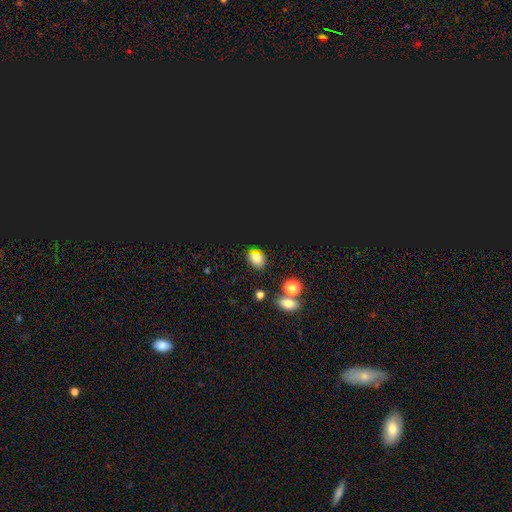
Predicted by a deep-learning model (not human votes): smooth_or_featured: smooth (p=0.49) [alt: star or artifact p=0.43]
merging: none (p=0.76) [alt: minor disturbance p=0.13]